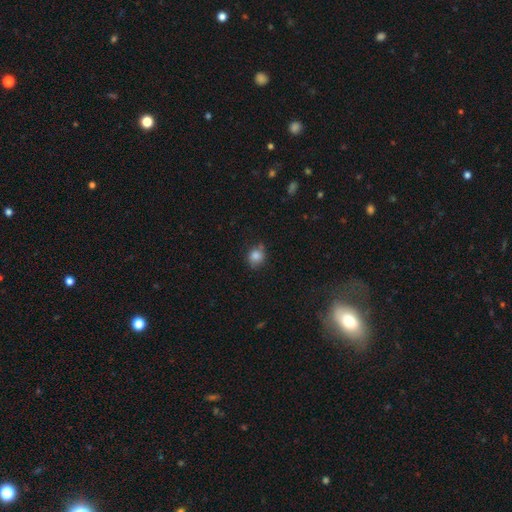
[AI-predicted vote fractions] This is clearly a smooth galaxy (82%). How rounded: clearly round (82%). Merging: likely none (70%).